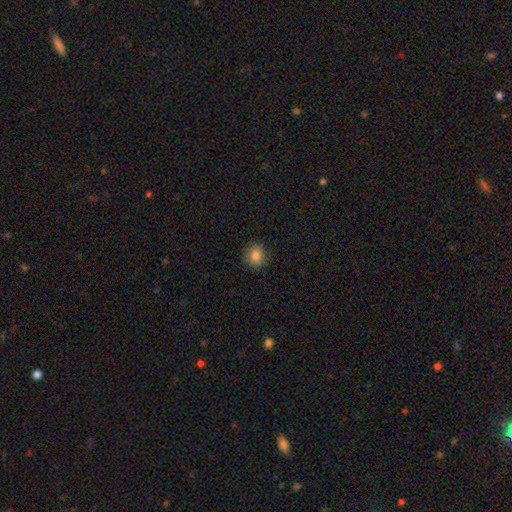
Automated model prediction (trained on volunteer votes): Smooth or featured?
  - smooth: 83% *
  - star or artifact: 11%
  - featured or disk: 7%
How rounded?
  - round: 83% *
  - in between: 16%
  - cigar-shaped: 1%
Merging?
  - none: 87% *
  - minor disturbance: 9%
  - major disturbance: 2%
  - merger: 1%